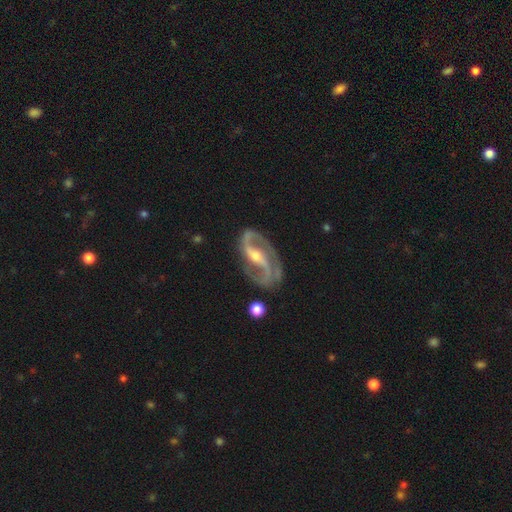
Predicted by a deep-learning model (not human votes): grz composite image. It shows a featured or disk galaxy (90%) with a strong bar (44%), 2 (89%) medium (54%) spiral arms (97%) and a moderate central bulge (49%). Merging: none (75%).